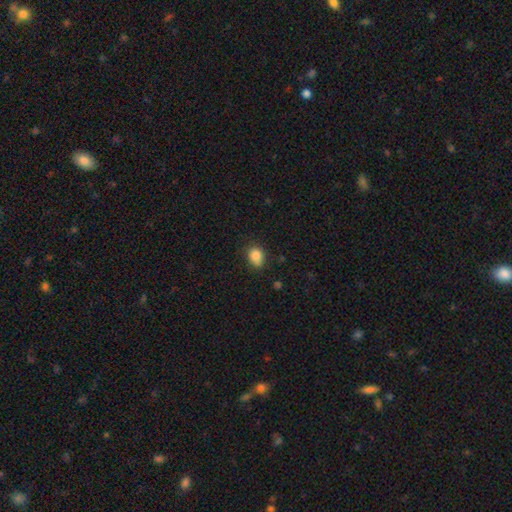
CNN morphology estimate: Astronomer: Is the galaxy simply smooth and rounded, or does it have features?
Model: smooth — 85%.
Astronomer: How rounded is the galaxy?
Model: round — 52% (runner-up: in between, 47%).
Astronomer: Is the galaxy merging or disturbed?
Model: none — 67%.